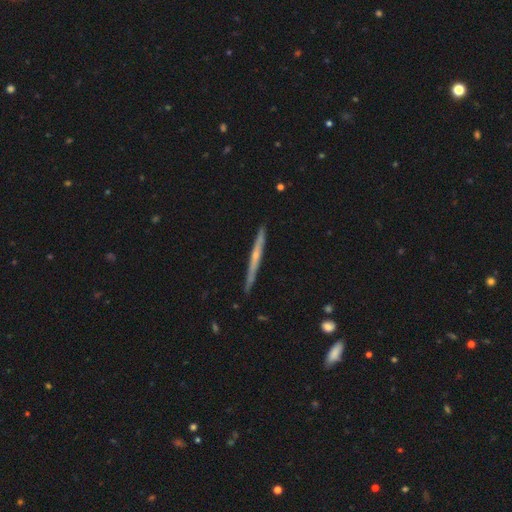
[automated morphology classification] type=featured or disk (67%); edge-on=yes (97%); edge-on bulge=none (50%); merging=none (88%).